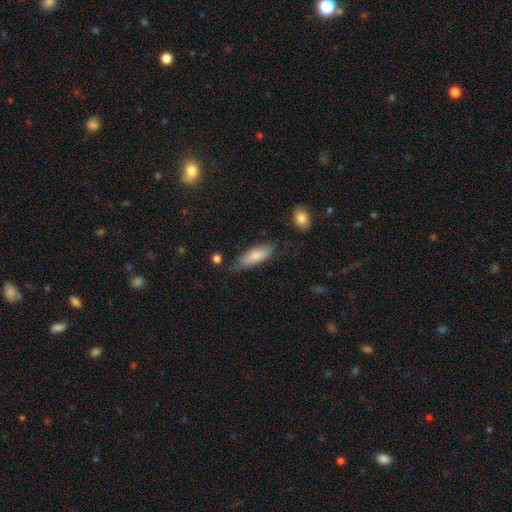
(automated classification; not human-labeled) Smooth or featured?
  - smooth: 80% *
  - featured or disk: 14%
  - star or artifact: 6%
How rounded?
  - in between: 58% *
  - cigar-shaped: 40%
  - round: 2%
Merging?
  - none: 65% *
  - minor disturbance: 25%
  - major disturbance: 7%
  - merger: 4%